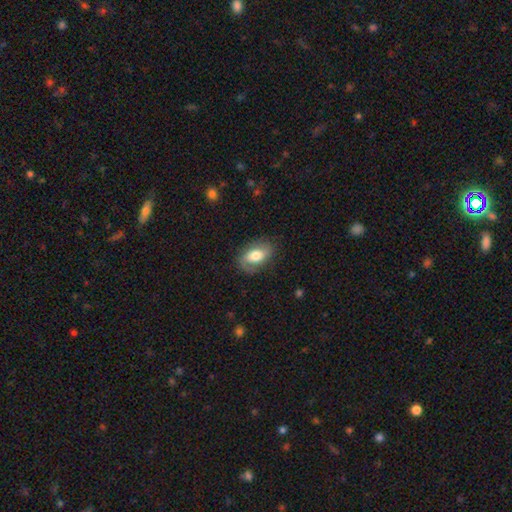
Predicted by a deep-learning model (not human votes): Smooth or featured? smooth (56%)
How rounded? in between (88%)
Merging? none (74%)